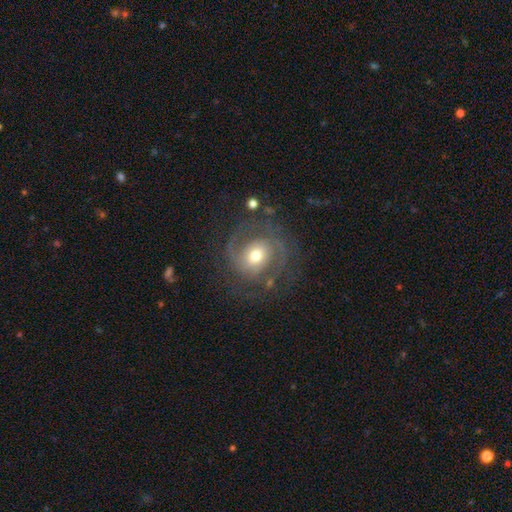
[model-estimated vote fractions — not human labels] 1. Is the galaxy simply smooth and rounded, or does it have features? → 73% featured or disk, 19% smooth, 8% star or artifact.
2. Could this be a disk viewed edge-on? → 97% no, 3% yes.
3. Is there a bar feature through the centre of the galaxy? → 62% no, 30% weak, 8% strong.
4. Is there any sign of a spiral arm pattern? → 87% yes, 13% no.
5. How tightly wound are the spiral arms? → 44% tight, 39% medium, 16% loose.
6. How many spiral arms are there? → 54% 2, 20% can't tell, 12% 1, 8% 3, 3% 4, 3% more than 4.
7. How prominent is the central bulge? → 67% moderate, 18% small, 12% large, 2% dominant, 1% none.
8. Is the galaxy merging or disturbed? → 67% none, 16% minor disturbance, 14% major disturbance, 2% merger.